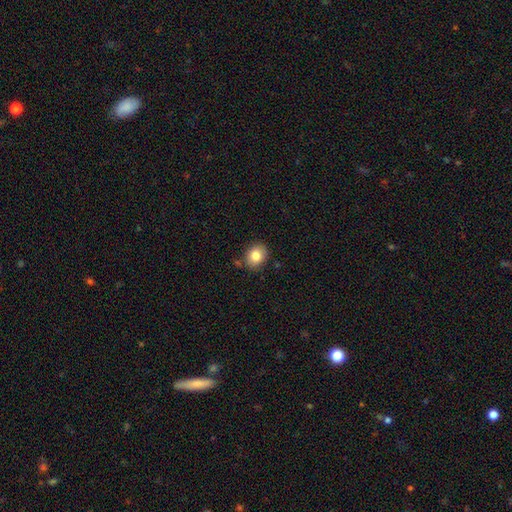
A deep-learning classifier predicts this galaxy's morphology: Smooth or featured? Predicted: smooth (p=0.83). How rounded? Predicted: round (p=0.52). Merging? Predicted: none (p=0.82).